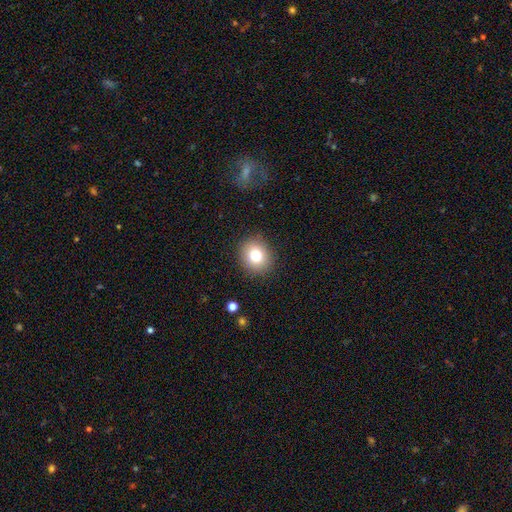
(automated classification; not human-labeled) Morphology: type=smooth (82%); roundness=round (74%); merging=none (87%).